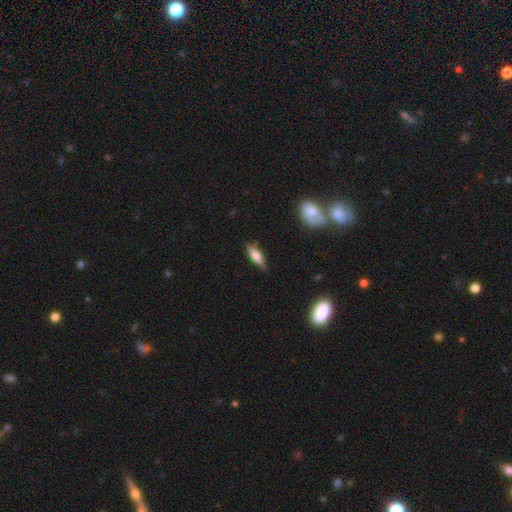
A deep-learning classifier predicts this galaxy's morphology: Smooth or featured? smooth (57%)
How rounded? cigar-shaped (50%)
Merging? none (82%)